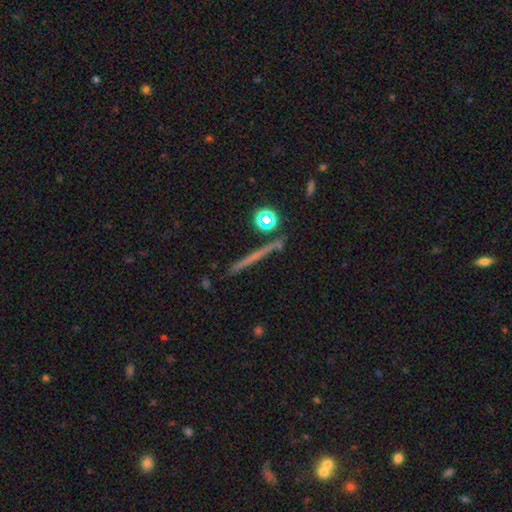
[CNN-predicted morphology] The model was most divided on "smooth or featured": featured or disk: 49%, smooth: 39%, star or artifact: 12%. More confident: merging — none (87%).